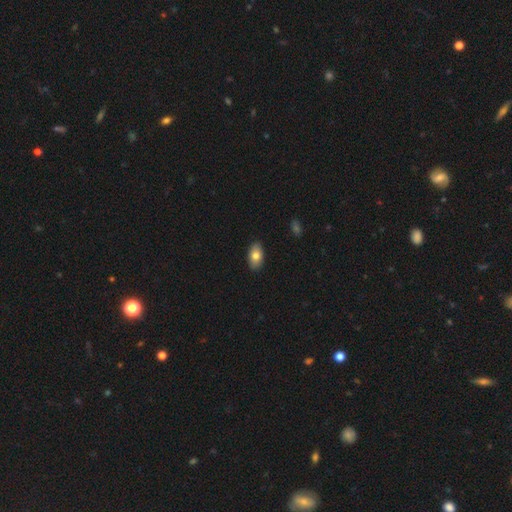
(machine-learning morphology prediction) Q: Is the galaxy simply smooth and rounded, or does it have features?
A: smooth — 79%.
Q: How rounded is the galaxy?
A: in between — 93%.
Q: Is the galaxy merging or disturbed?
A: none — 89%.